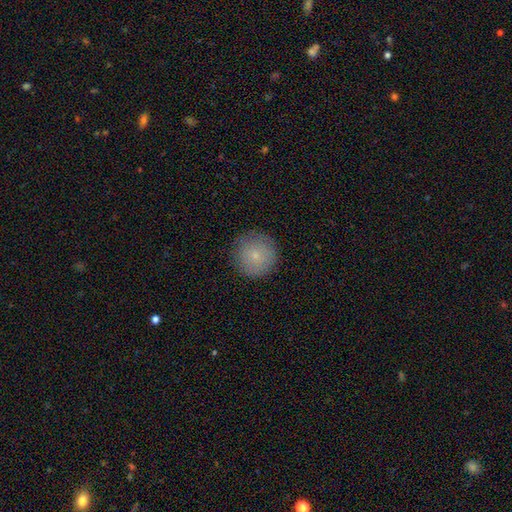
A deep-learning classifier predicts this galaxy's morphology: Smooth or featured? Predicted: smooth (p=0.79). How rounded? Predicted: round (p=0.95). Merging? Predicted: none (p=0.86).